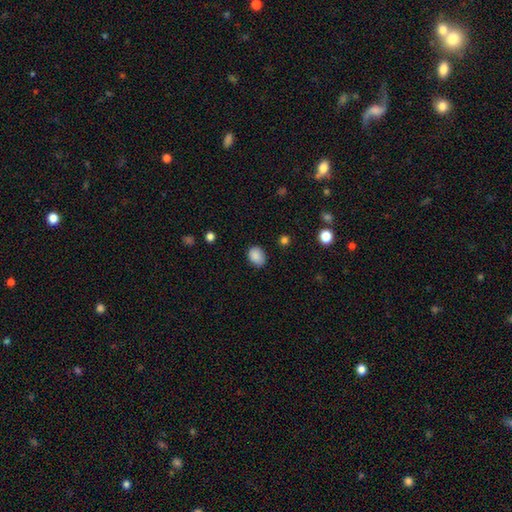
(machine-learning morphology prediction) type=smooth (87%); roundness=in between (63%); merging=none (79%).